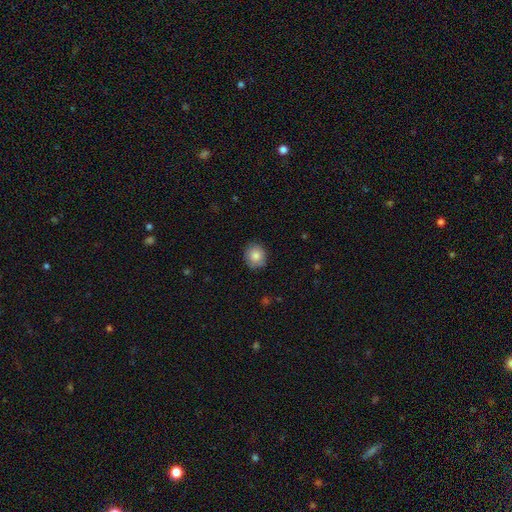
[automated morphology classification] Smooth or featured? smooth (84%)
How rounded? round (83%)
Merging? none (85%)